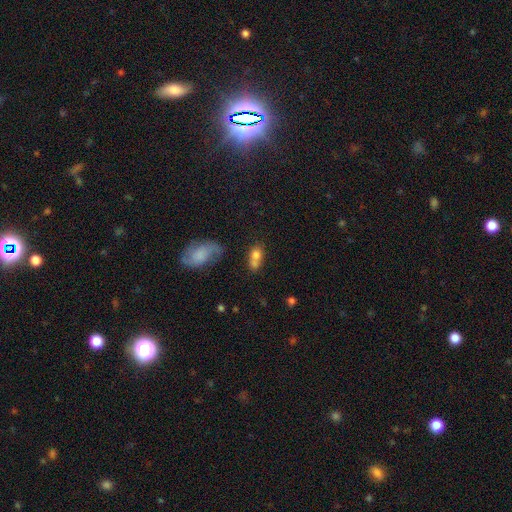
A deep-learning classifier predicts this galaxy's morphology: smooth-or-featured: smooth: 72% | featured or disk: 17% | star or artifact: 11%
  how-rounded: in between: 62% | round: 34% | cigar-shaped: 4%
  merging: merger: 51% | none: 30% | minor disturbance: 12% | major disturbance: 7%